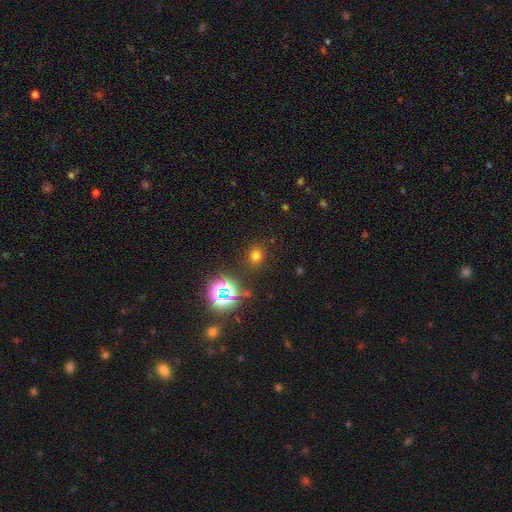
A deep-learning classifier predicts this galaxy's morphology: Smooth or featured: smooth — 67% (star or artifact — 26%)
How rounded: round — 82% (in between — 17%)
Merging: none — 87% (minor disturbance — 8%)